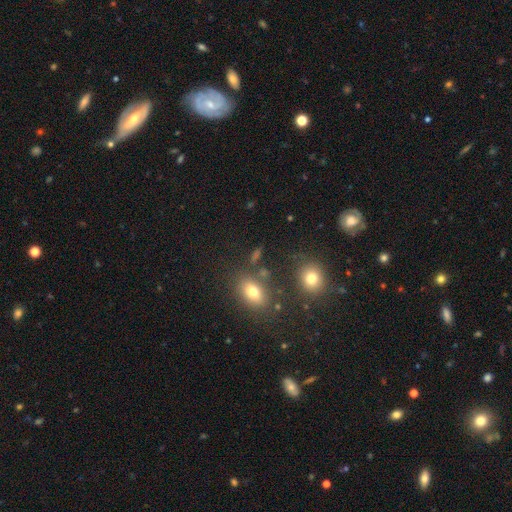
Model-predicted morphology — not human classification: This is likely a smooth galaxy (62%). How rounded: likely in between (69%). Merging: likely none (73%).